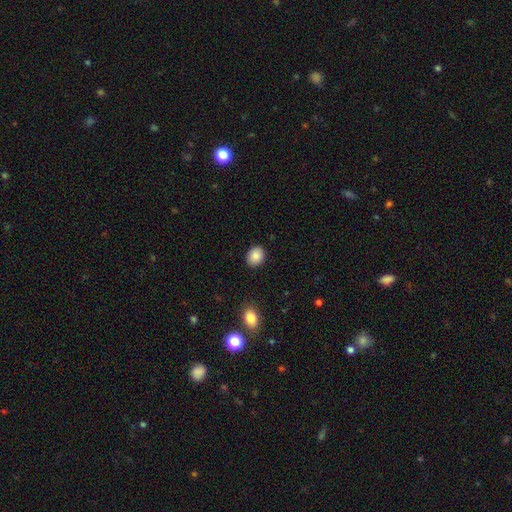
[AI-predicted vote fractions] Q: Smooth or featured?
A: smooth (88%); runner-up: star or artifact (8%)
Q: How rounded?
A: round (51%); runner-up: in between (48%)
Q: Merging?
A: none (89%); runner-up: minor disturbance (8%)